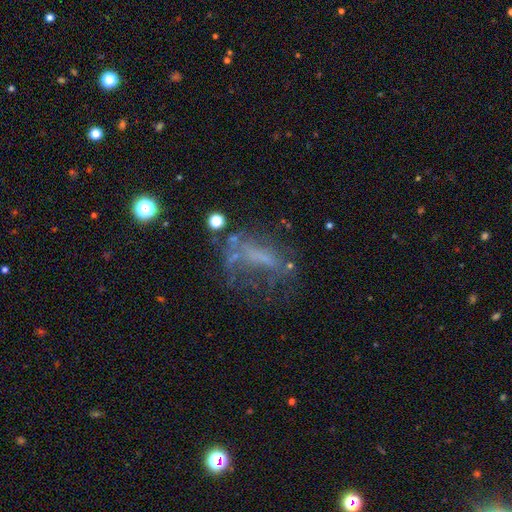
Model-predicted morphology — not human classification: featured or disk 47%, smooth 27%, star or artifact 26%. Down the decision tree: merging — major disturbance (37%, tied with none).